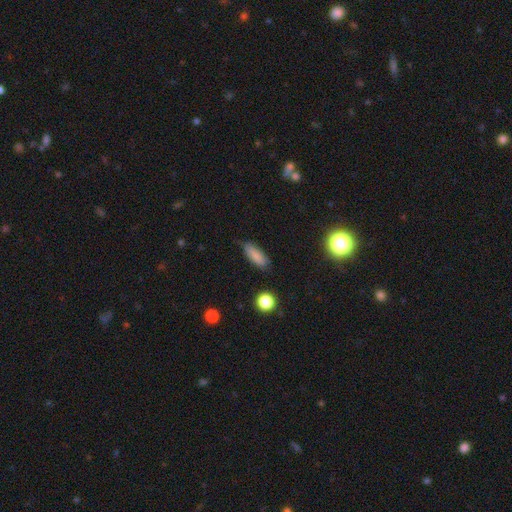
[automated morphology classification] smooth-or-featured: smooth: 83% | star or artifact: 9% | featured or disk: 8%
  how-rounded: in between: 65% | cigar-shaped: 33% | round: 3%
  merging: none: 78% | minor disturbance: 17% | major disturbance: 3% | merger: 2%